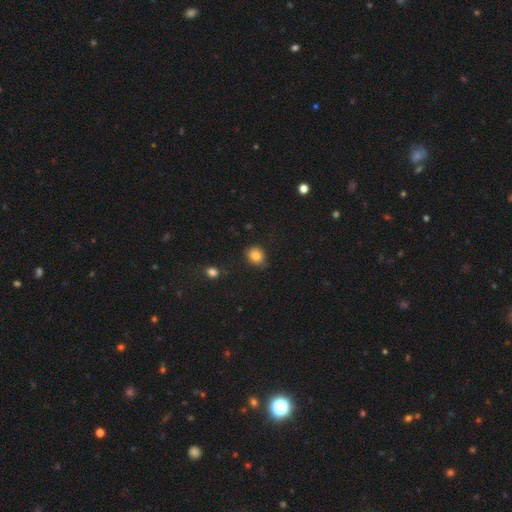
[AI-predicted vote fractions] Morphology: type=smooth (83%); roundness=round (72%); merging=none (83%).